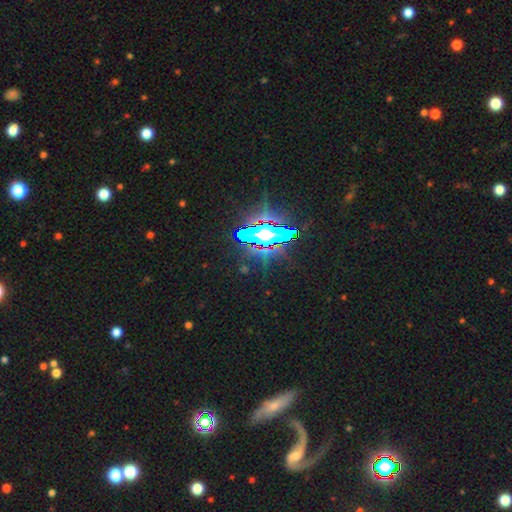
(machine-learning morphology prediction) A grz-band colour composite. It shows a star or artifact, not a galaxy (78%).